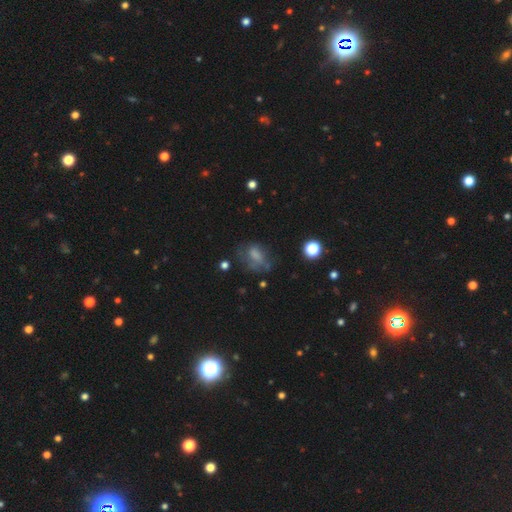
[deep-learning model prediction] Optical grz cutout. It shows a smooth galaxy with no disk features (58%) that is in between round and cigar-shaped (74%). Merging: none (42%).